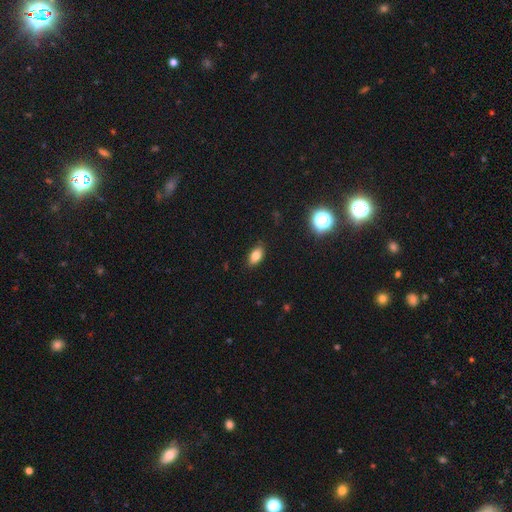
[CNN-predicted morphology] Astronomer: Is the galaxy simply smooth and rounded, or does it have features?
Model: smooth — 80%.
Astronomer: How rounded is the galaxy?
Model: in between — 89%.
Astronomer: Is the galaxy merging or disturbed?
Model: none — 87%.